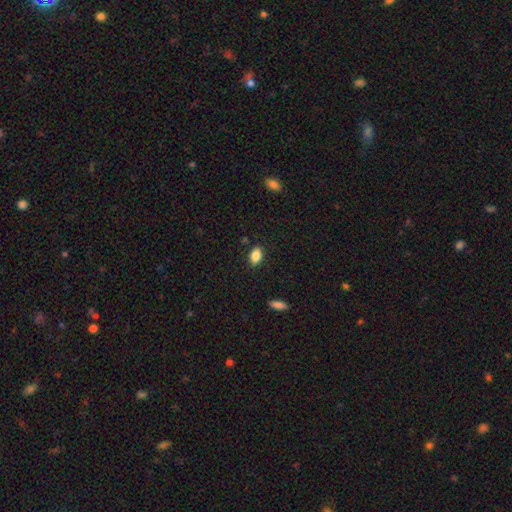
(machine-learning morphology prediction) A smooth galaxy with no disk features (86%) that is in between round and cigar-shaped (89%). Merging: none (87%).